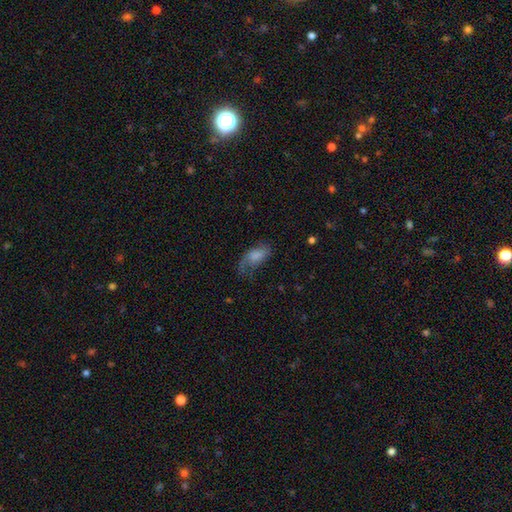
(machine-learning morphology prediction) Smooth or featured?
  - smooth: 60% *
  - featured or disk: 31%
  - star or artifact: 9%
How rounded?
  - in between: 90% *
  - round: 5%
  - cigar-shaped: 5%
Merging?
  - none: 35% *
  - major disturbance: 33%
  - minor disturbance: 29%
  - merger: 3%